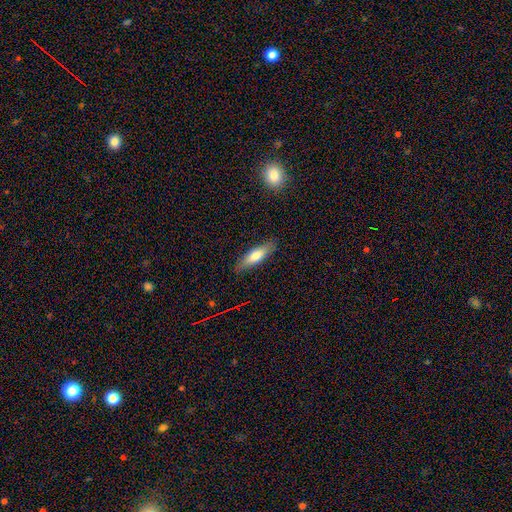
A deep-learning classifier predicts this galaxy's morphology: Overall: smooth (69%). How rounded: cigar-shaped (54%; in between 44%). Merging: none (87%).